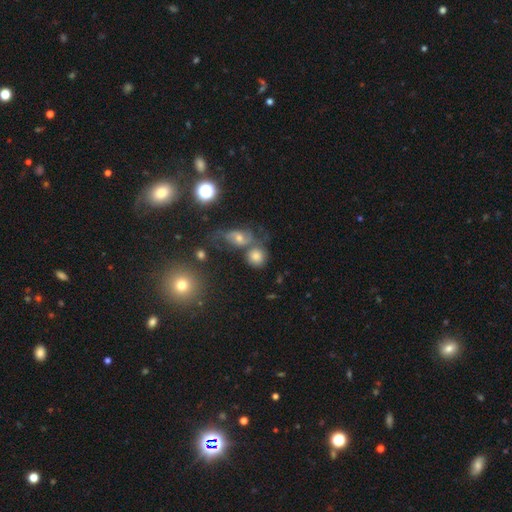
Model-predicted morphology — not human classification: Overall: smooth (66%). How rounded: round (79%). Merging: none (50%; merger 29%).